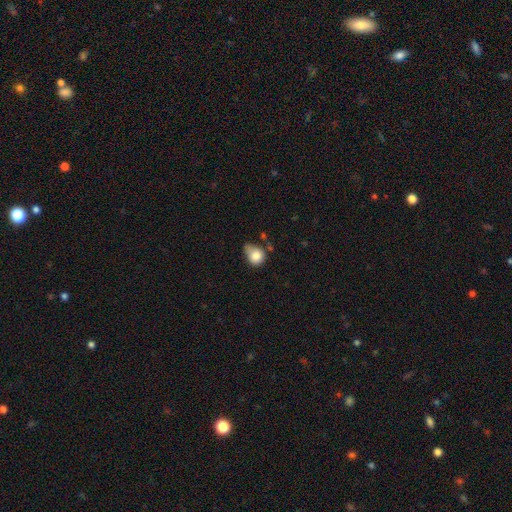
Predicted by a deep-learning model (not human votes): A smooth galaxy with no disk features (82%) that is round (59%). Merging: minor disturbance (42%).